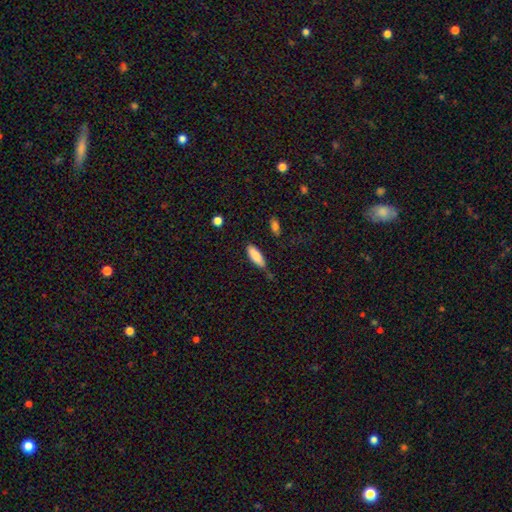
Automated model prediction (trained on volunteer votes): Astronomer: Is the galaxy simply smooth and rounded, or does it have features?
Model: smooth — 85%.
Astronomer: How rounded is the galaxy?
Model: in between — 63%.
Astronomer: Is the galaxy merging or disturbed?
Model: none — 65%.